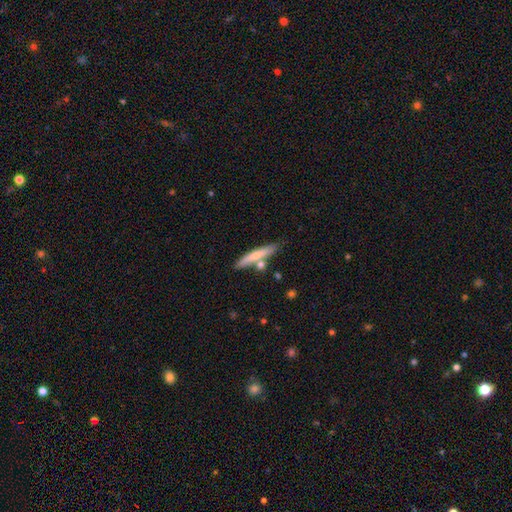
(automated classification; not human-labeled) Smooth or featured? smooth (60%)
How rounded? cigar-shaped (90%)
Merging? none (72%)